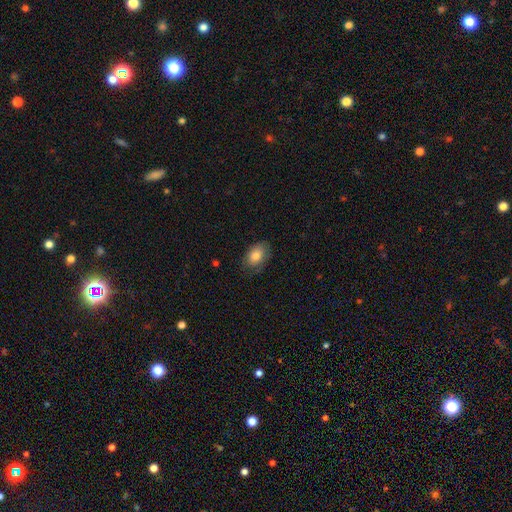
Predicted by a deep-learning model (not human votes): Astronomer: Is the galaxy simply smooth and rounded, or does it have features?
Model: smooth — 80%.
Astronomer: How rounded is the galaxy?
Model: in between — 84%.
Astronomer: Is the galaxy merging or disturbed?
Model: none — 73%.